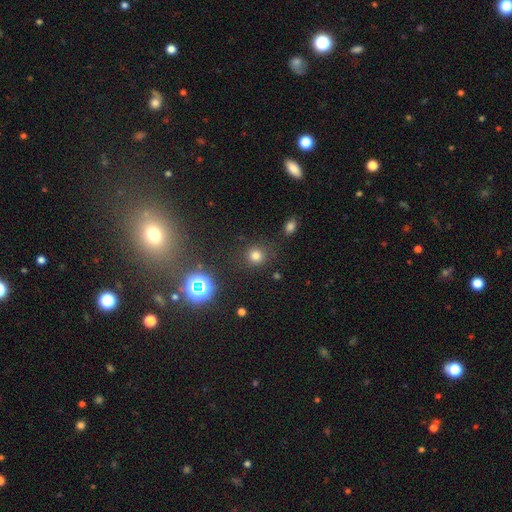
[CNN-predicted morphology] A smooth galaxy with no disk features (74%) that is round (90%).

Vote fractions:
- Smooth or featured? smooth: 74% / star or artifact: 20% / featured or disk: 6%
- How rounded? round: 90% / in between: 9% / cigar-shaped: 1%
- Merging? none: 83% / minor disturbance: 9% / major disturbance: 4% / merger: 3%